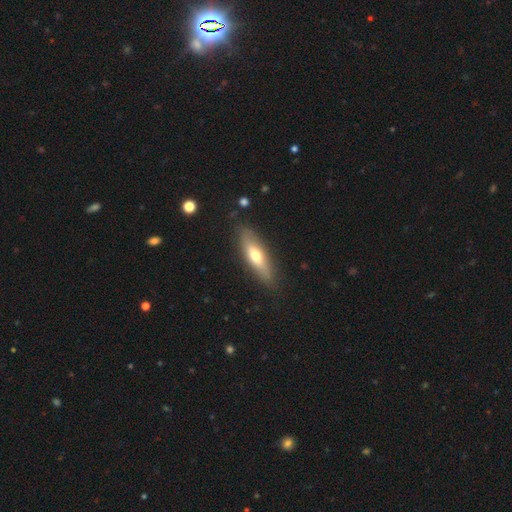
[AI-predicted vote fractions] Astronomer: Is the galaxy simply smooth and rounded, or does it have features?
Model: smooth — 59% (runner-up: featured or disk, 35%).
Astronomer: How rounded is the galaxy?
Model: cigar-shaped — 53% (runner-up: in between, 45%).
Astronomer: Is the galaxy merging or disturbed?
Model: none — 83%.